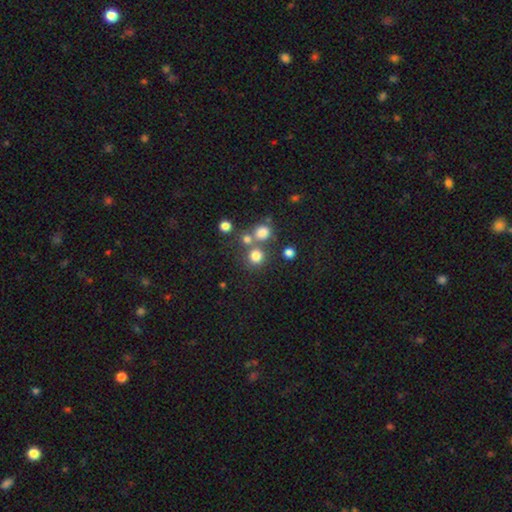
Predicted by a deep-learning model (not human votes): Smooth or featured: smooth — 76% (star or artifact — 16%)
How rounded: round — 90% (in between — 9%)
Merging: none — 66% (merger — 23%)